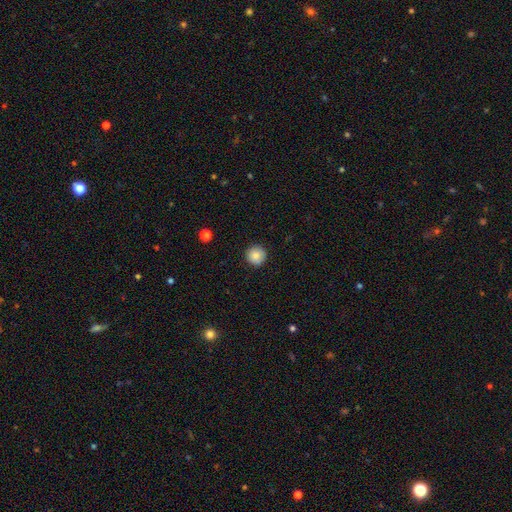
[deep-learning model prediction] smooth 87%, star or artifact 8%, featured or disk 5%. Down the decision tree: how rounded — round (96%); merging — none (91%).